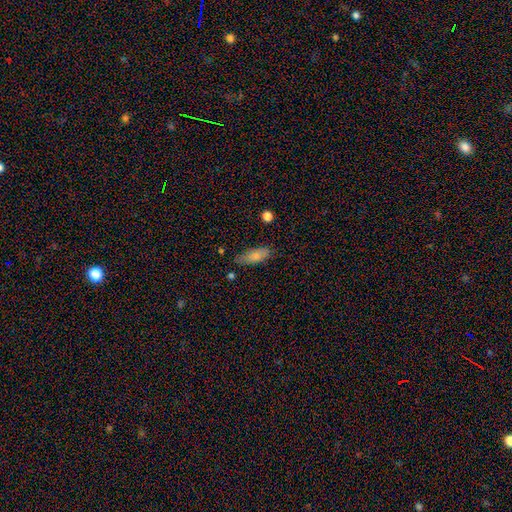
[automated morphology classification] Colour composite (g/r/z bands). It shows a smooth galaxy with no disk features (81%) that is in between round and cigar-shaped (73%). Merging: none (73%).